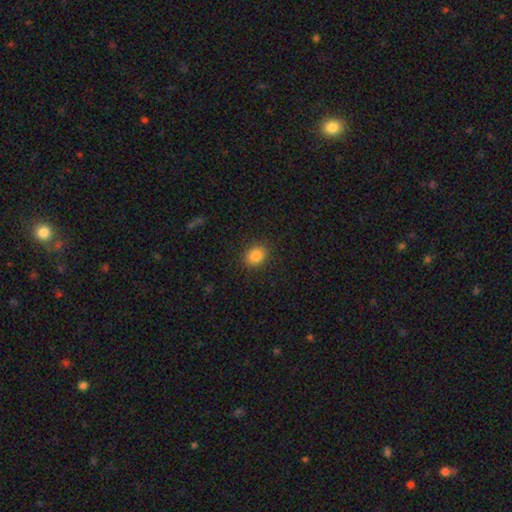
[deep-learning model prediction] Smooth or featured: smooth — 86% (star or artifact — 10%)
How rounded: round — 56% (in between — 43%)
Merging: none — 88% (minor disturbance — 8%)